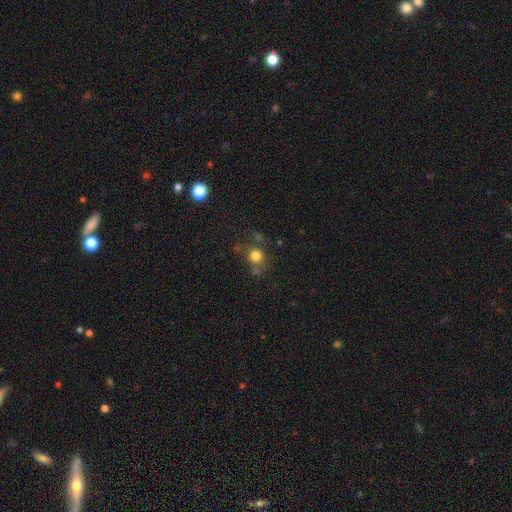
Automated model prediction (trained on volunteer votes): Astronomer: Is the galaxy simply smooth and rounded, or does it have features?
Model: smooth — 78%.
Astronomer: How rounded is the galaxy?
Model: round — 87%.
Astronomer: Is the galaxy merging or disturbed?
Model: none — 65%.